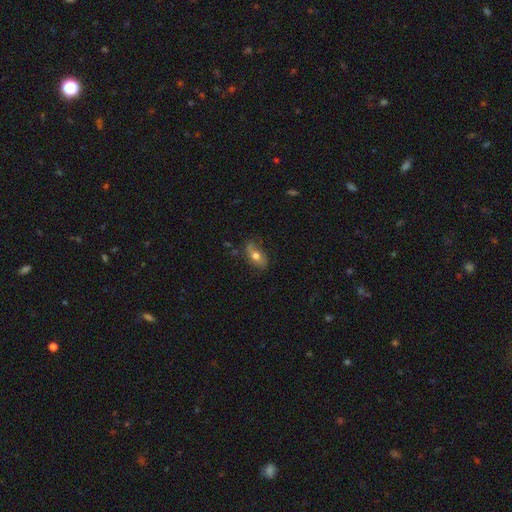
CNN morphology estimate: smooth 58%, featured or disk 34%, star or artifact 8%. Down the decision tree: how rounded — in between (83%); merging — none (68%).